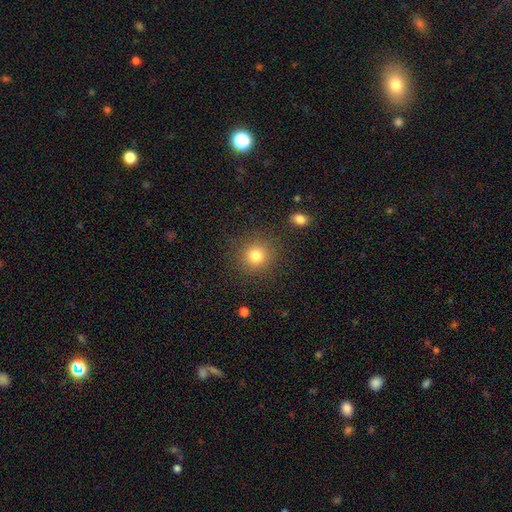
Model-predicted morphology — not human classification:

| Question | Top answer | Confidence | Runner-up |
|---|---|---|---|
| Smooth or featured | smooth | 80% | star or artifact (13%) |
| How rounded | round | 91% | in between (8%) |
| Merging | none | 88% | minor disturbance (7%) |